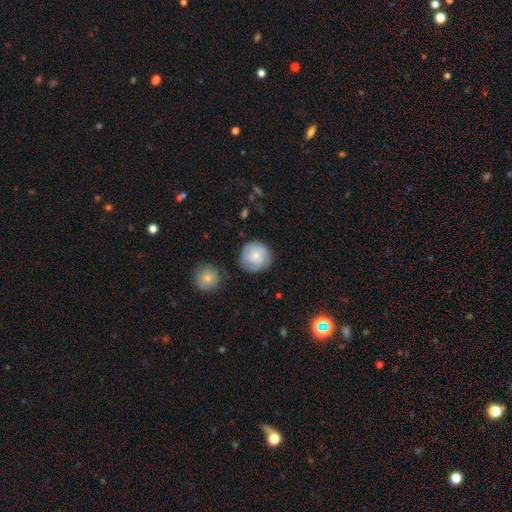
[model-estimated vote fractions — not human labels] This is possibly a smooth galaxy (52%). How rounded: clearly round (92%). Merging: likely none (76%).